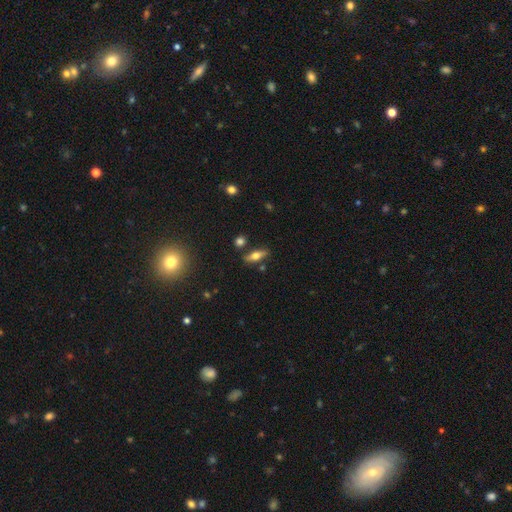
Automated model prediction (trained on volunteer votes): The model was most divided on "smooth or featured": smooth: 51%, featured or disk: 40%, star or artifact: 9%. More confident: merging — none (81%); how rounded — in between (56%).